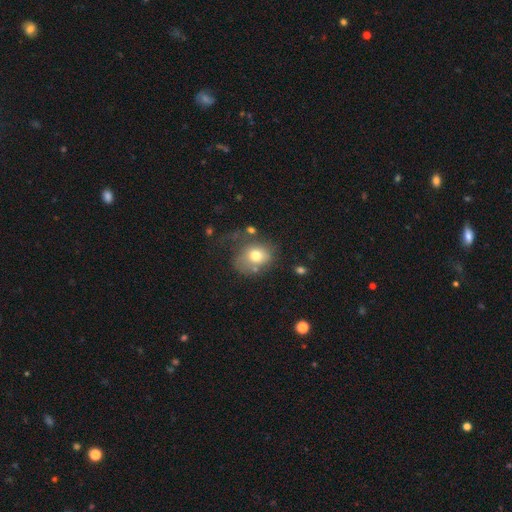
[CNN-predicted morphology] Overall: smooth (71%). How rounded: round (55%; in between 44%). Merging: none (44%; minor disturbance 25%).